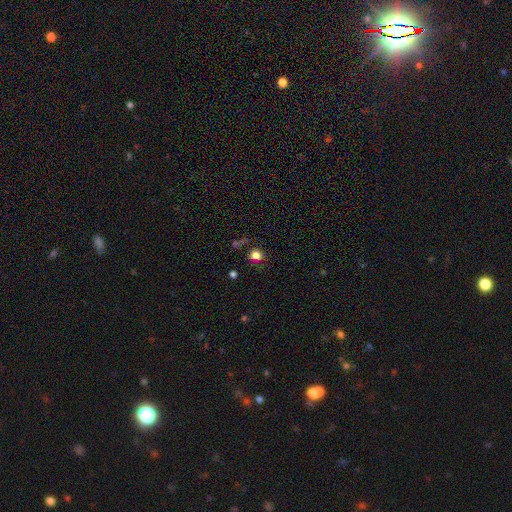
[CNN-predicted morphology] smooth 75%, star or artifact 19%, featured or disk 6%. Down the decision tree: how rounded — round (76%); merging — none (76%).